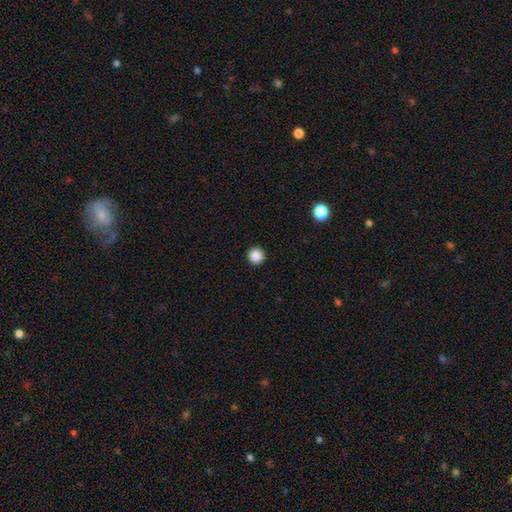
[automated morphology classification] Smooth or featured?
  - smooth: 87% *
  - star or artifact: 10%
  - featured or disk: 3%
How rounded?
  - round: 96% *
  - in between: 3%
  - cigar-shaped: 1%
Merging?
  - none: 94% *
  - minor disturbance: 4%
  - major disturbance: 1%
  - merger: 1%